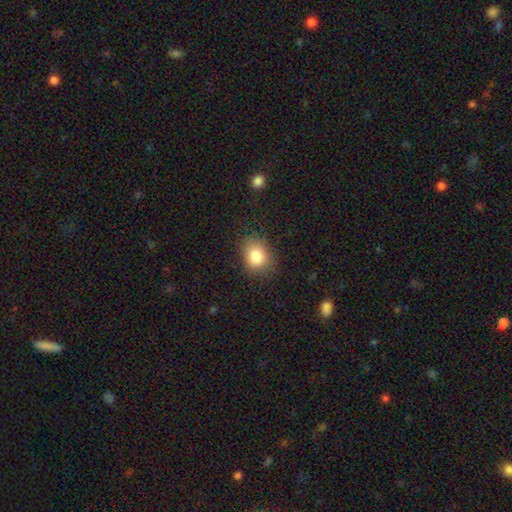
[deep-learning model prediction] smooth-or-featured: smooth: 83% | star or artifact: 10% | featured or disk: 7%
  how-rounded: round: 53% | in between: 46% | cigar-shaped: 1%
  merging: none: 78% | minor disturbance: 16% | major disturbance: 4% | merger: 1%